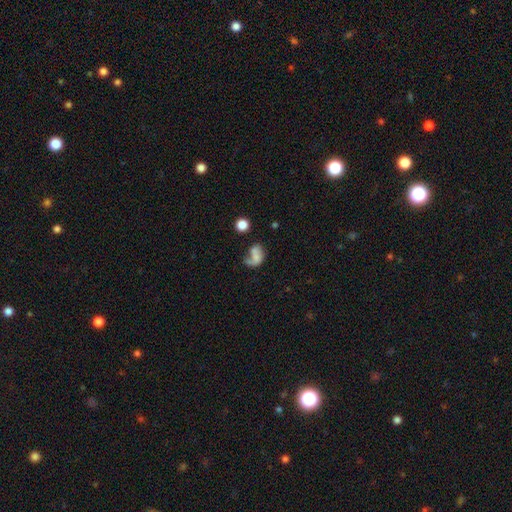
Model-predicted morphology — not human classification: The model was most divided on "merging": major disturbance: 33%, none: 25%, merger: 24%, minor disturbance: 17%. Remaining: smooth or featured — smooth (49%).